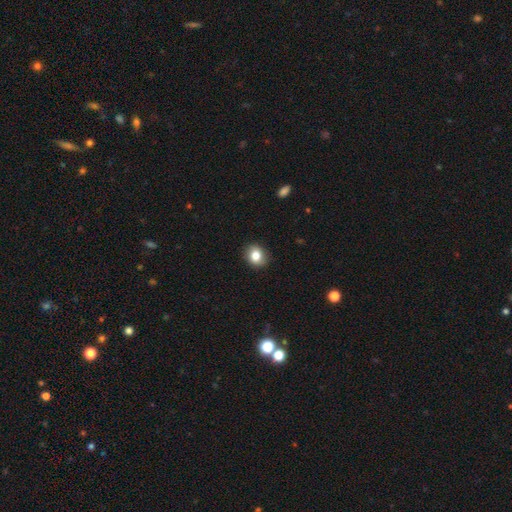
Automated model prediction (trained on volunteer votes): smooth_or_featured: smooth (p=0.82) [alt: star or artifact p=0.10]
how_rounded: round (p=0.68) [alt: in between p=0.31]
merging: none (p=0.88) [alt: minor disturbance p=0.09]